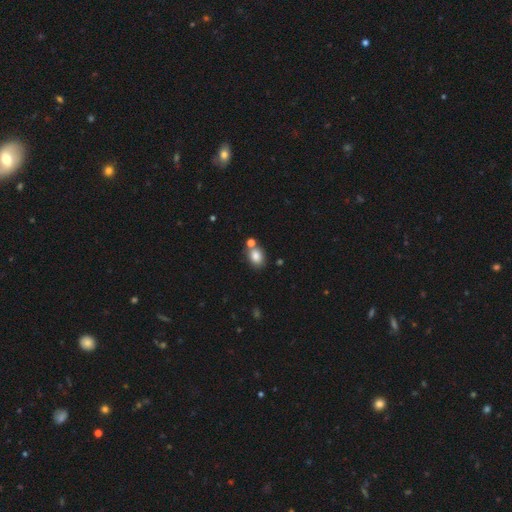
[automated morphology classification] smooth-or-featured: smooth: 83% | star or artifact: 10% | featured or disk: 7%
  how-rounded: in between: 66% | round: 33% | cigar-shaped: 1%
  merging: none: 63% | merger: 20% | minor disturbance: 13% | major disturbance: 4%